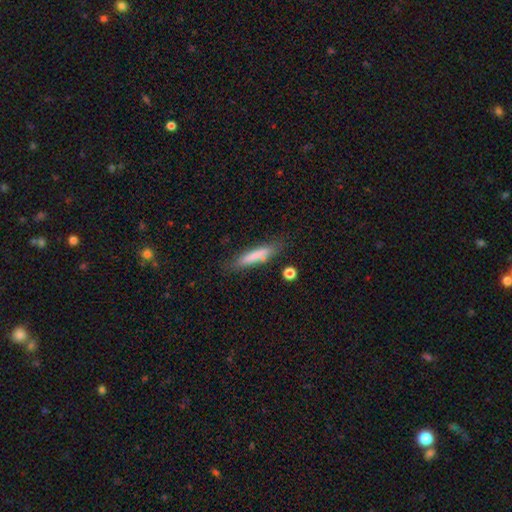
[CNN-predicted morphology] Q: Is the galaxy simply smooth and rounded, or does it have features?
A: smooth — 74%.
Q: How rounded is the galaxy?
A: cigar-shaped — 85%.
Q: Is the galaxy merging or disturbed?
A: none — 74%.